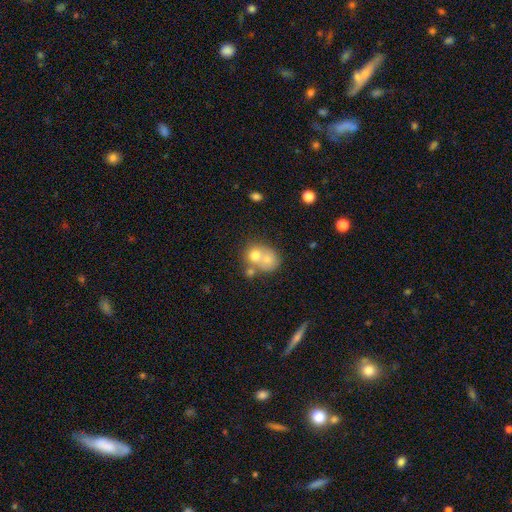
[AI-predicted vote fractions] Smooth or featured: smooth — 65% (featured or disk — 25%)
How rounded: round — 70% (in between — 29%)
Merging: merger — 63% (none — 26%)